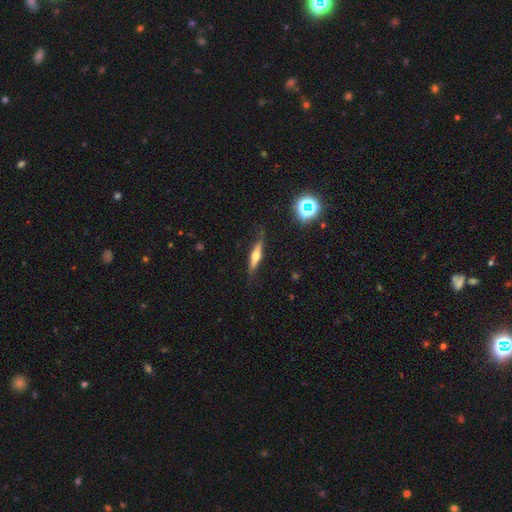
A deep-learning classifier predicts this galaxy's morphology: featured or disk 58%, smooth 34%, star or artifact 8%. Down the decision tree: edge-on disk — yes (95%); edge-on bulge — rounded (89%); merging — none (81%).